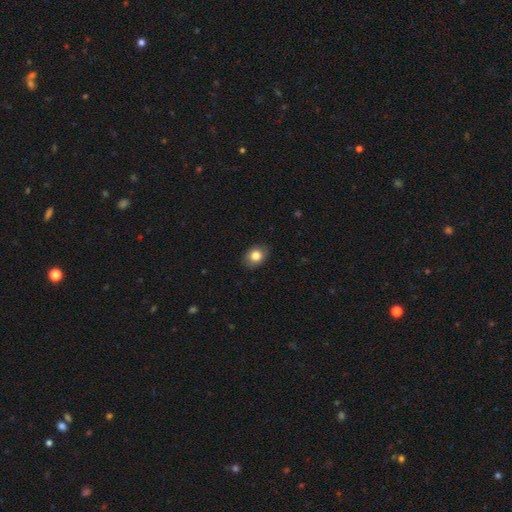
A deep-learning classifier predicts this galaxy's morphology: Overall: smooth (83%). How rounded: in between (61%; round 38%). Merging: none (85%).